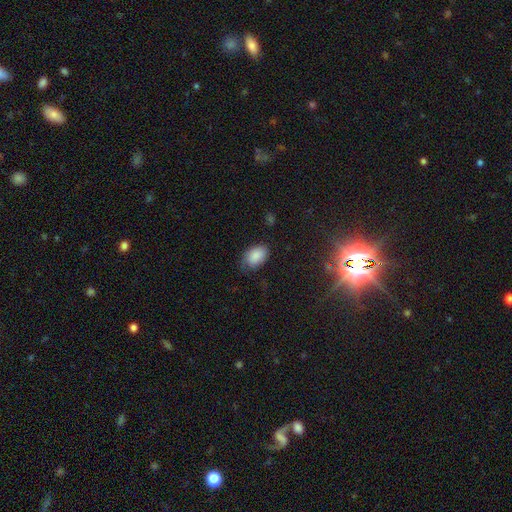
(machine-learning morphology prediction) Smooth or featured? Predicted: smooth (p=0.85). How rounded? Predicted: in between (p=0.88). Merging? Predicted: none (p=0.58).